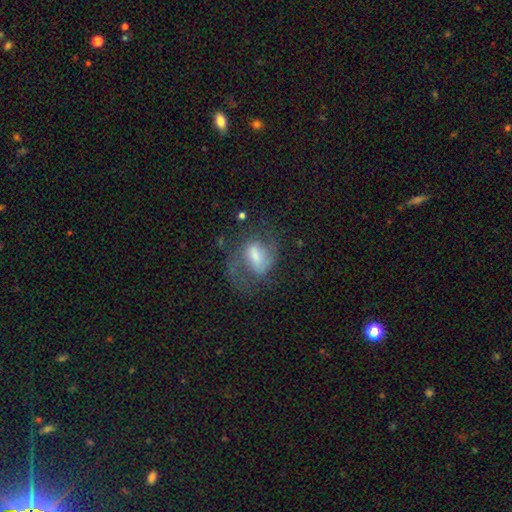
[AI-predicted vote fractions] Smooth or featured? Predicted: featured or disk (p=0.71). Edge-on disk? Predicted: no (p=0.97). Bar? Predicted: weak (p=0.51). Spiral arms? Predicted: yes (p=0.91). Spiral winding? Predicted: medium (p=0.52). Spiral arm count? Predicted: 2 (p=0.82). Bulge size? Predicted: moderate (p=0.39). Merging? Predicted: none (p=0.55).